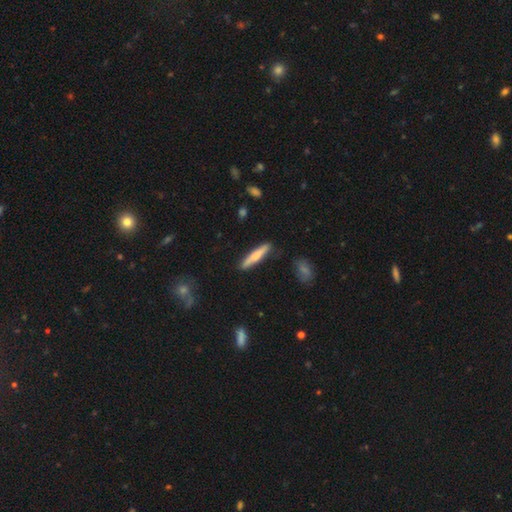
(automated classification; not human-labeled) smooth-or-featured: smooth: 61% | featured or disk: 33% | star or artifact: 5%
  how-rounded: cigar-shaped: 90% | in between: 8% | round: 2%
  merging: none: 86% | minor disturbance: 10% | merger: 2% | major disturbance: 2%